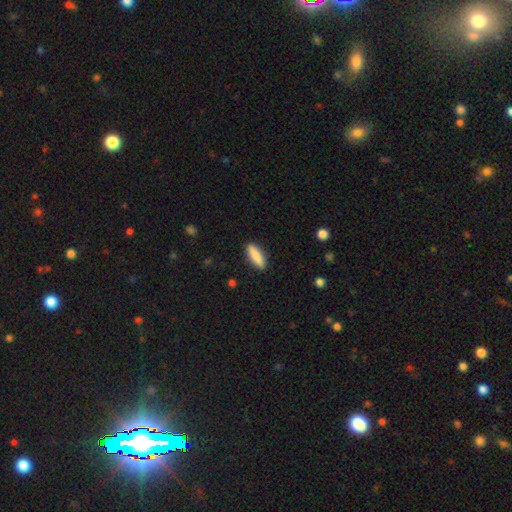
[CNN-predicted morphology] Q: Smooth or featured?
A: smooth (85%); runner-up: featured or disk (9%)
Q: How rounded?
A: cigar-shaped (58%); runner-up: in between (40%)
Q: Merging?
A: none (90%); runner-up: minor disturbance (7%)